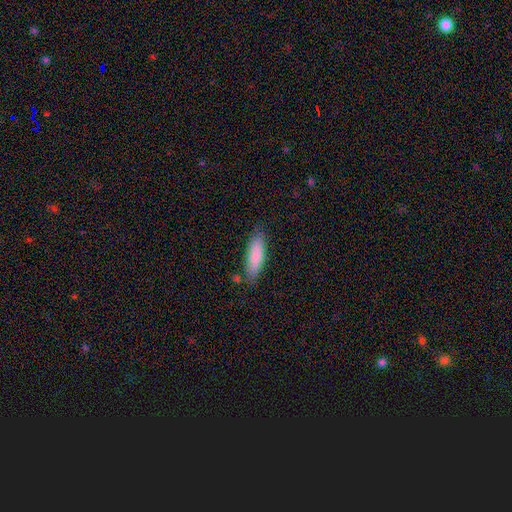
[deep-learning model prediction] Smooth or featured? Predicted: smooth (p=0.85). How rounded? Predicted: cigar-shaped (p=0.54). Merging? Predicted: none (p=0.80).